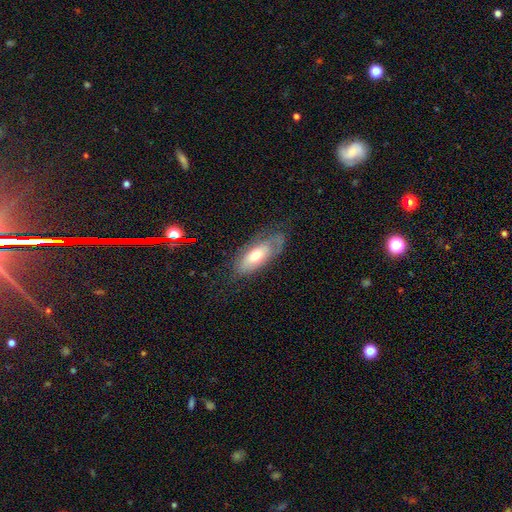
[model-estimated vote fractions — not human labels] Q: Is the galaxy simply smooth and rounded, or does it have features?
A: smooth — 54%.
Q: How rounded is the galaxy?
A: in between — 80%.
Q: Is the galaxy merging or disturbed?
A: none — 56%.